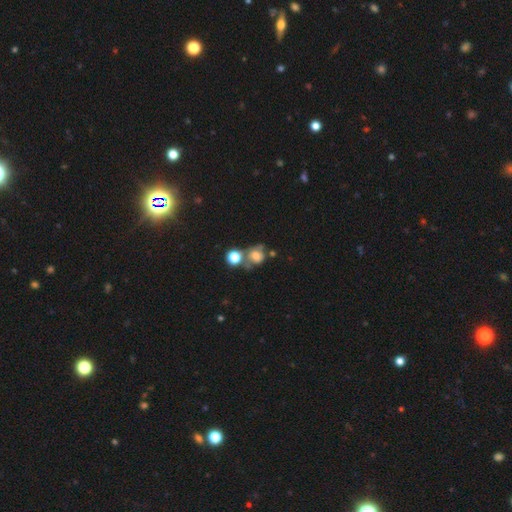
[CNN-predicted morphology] smooth 59%, featured or disk 26%, star or artifact 15%. Down the decision tree: how rounded — round (72%); merging — none (38%).